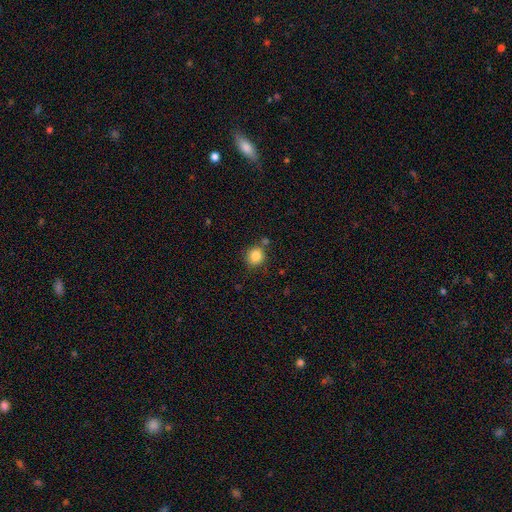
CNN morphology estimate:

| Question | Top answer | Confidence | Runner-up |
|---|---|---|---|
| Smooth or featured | smooth | 84% | star or artifact (10%) |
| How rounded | round | 87% | in between (12%) |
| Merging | none | 75% | minor disturbance (12%) |